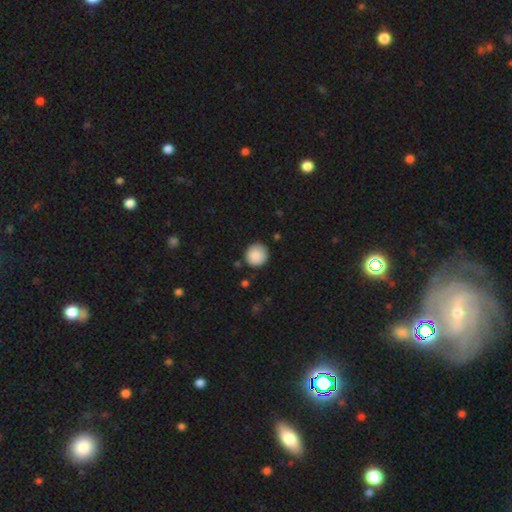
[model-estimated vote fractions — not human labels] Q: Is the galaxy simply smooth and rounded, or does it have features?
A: smooth — 88%.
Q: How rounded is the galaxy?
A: round — 92%.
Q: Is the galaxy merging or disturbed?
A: none — 86%.